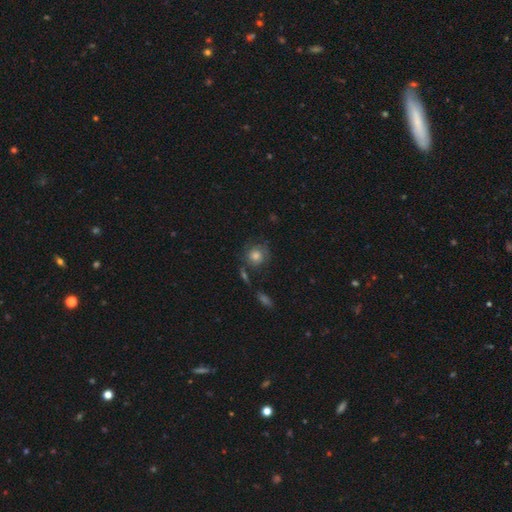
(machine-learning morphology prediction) Smooth or featured? Predicted: smooth (p=0.61). How rounded? Predicted: round (p=0.85). Merging? Predicted: none (p=0.65).